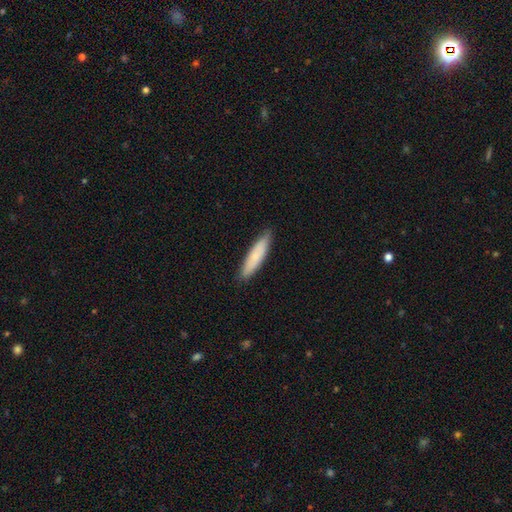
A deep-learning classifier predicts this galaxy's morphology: smooth-or-featured: smooth: 73% | featured or disk: 21% | star or artifact: 6%
  how-rounded: cigar-shaped: 79% | in between: 20% | round: 1%
  merging: none: 87% | minor disturbance: 10% | major disturbance: 2% | merger: 1%